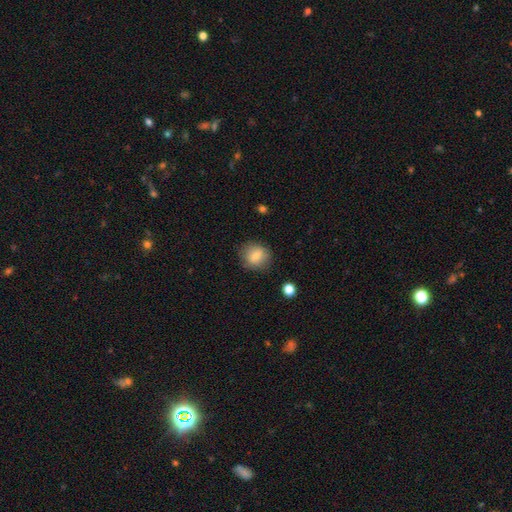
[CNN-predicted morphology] smooth_or_featured: smooth (p=0.78) [alt: featured or disk p=0.13]
how_rounded: round (p=0.81) [alt: in between p=0.18]
merging: none (p=0.81) [alt: minor disturbance p=0.13]